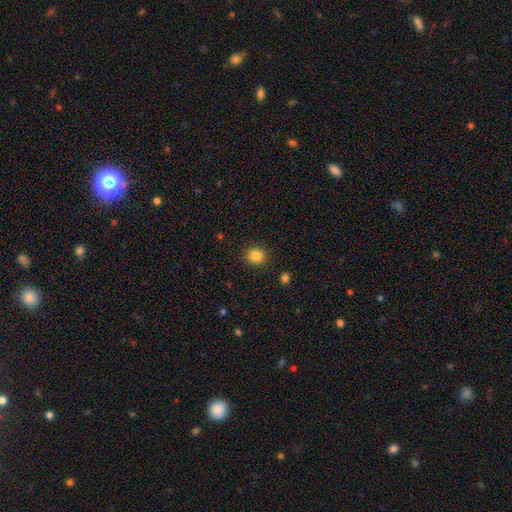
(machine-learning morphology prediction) Smooth or featured? smooth (85%)
How rounded? round (80%)
Merging? none (90%)